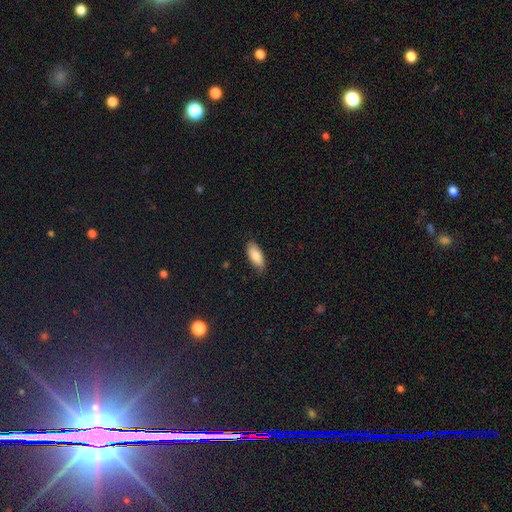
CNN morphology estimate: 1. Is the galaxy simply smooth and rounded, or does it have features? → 84% smooth, 10% featured or disk, 6% star or artifact.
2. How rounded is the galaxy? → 84% in between, 14% cigar-shaped, 2% round.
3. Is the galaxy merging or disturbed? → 79% none, 17% minor disturbance, 3% major disturbance, 1% merger.